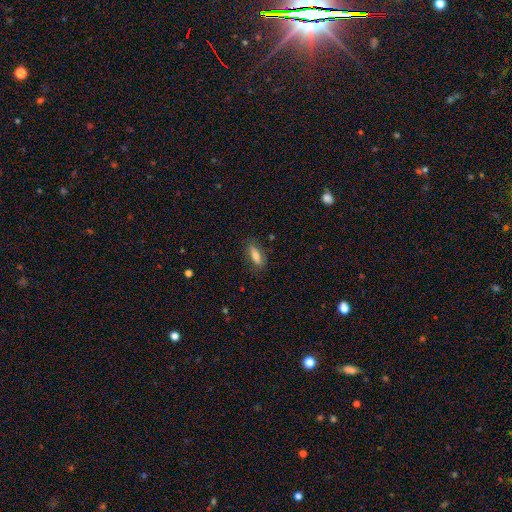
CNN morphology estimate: smooth 72%, featured or disk 20%, star or artifact 8%. Down the decision tree: how rounded — in between (65%); merging — none (80%).